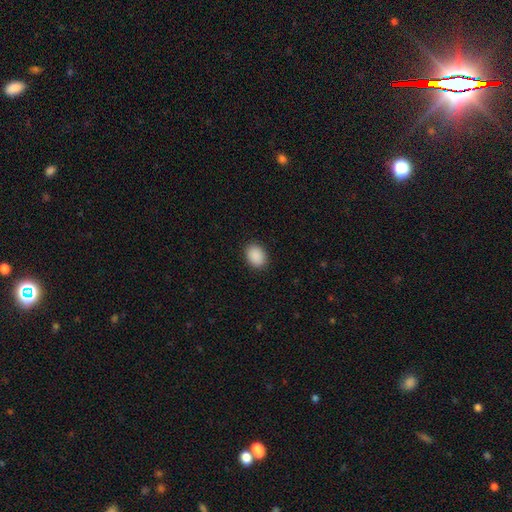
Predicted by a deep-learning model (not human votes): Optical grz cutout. It shows a smooth galaxy with no disk features (90%) that is in between round and cigar-shaped (70%). Merging: none (90%).